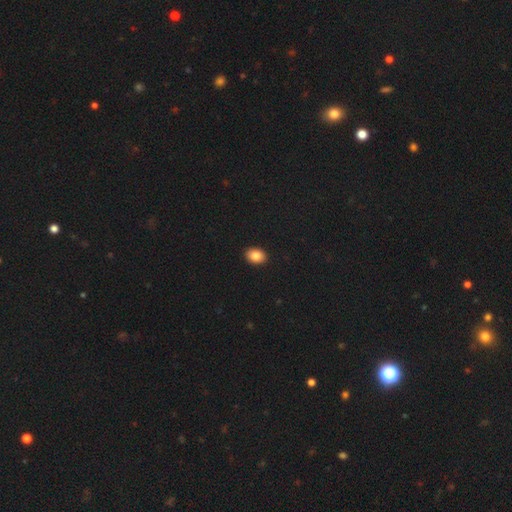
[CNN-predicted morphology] This is clearly a smooth galaxy (85%). How rounded: likely in between (69%). Merging: clearly none (92%).